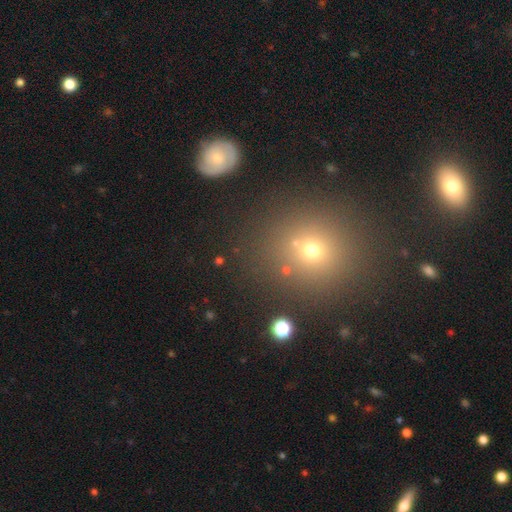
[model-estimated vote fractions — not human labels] Smooth or featured?
  - smooth: 48% *
  - star or artifact: 40%
  - featured or disk: 13%
Merging?
  - none: 82% *
  - minor disturbance: 9%
  - merger: 5%
  - major disturbance: 4%